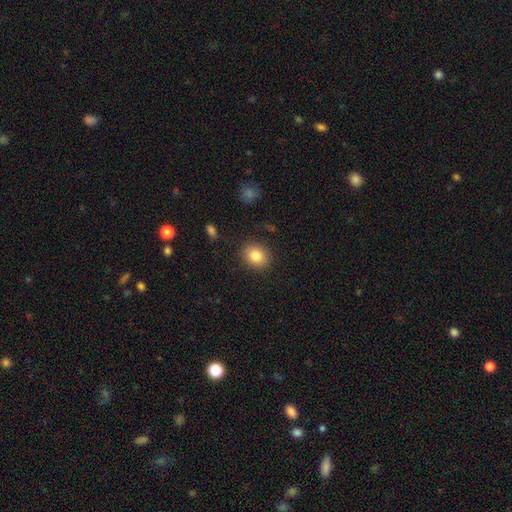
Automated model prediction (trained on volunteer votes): Smooth or featured? Predicted: smooth (p=0.84). How rounded? Predicted: round (p=0.60). Merging? Predicted: none (p=0.87).